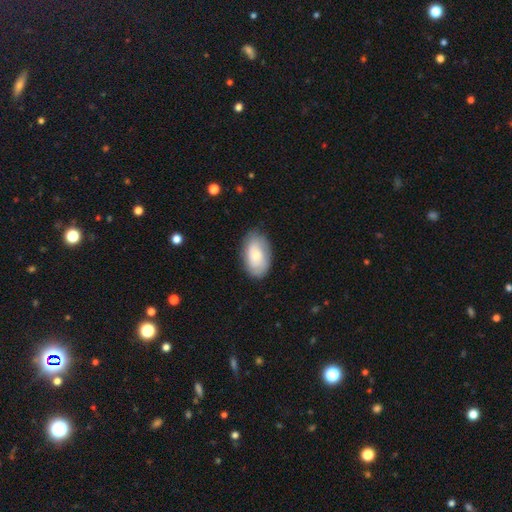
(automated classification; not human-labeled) This appears to be a smooth galaxy with no disk features (66%) that is in between round and cigar-shaped (92%). Merging: none (80%).